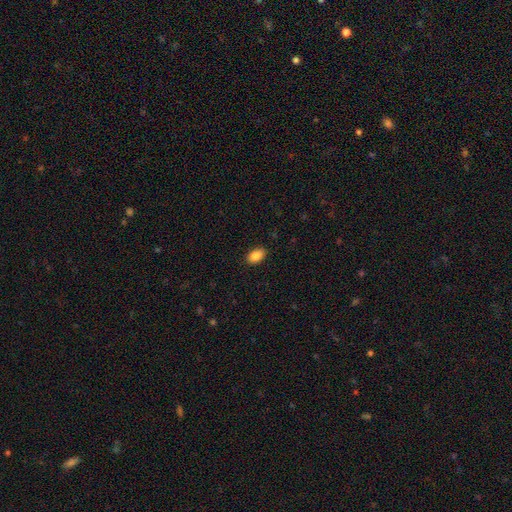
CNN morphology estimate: smooth_or_featured: smooth (p=0.88) [alt: star or artifact p=0.08]
how_rounded: in between (p=0.91) [alt: round p=0.07]
merging: none (p=0.89) [alt: minor disturbance p=0.08]